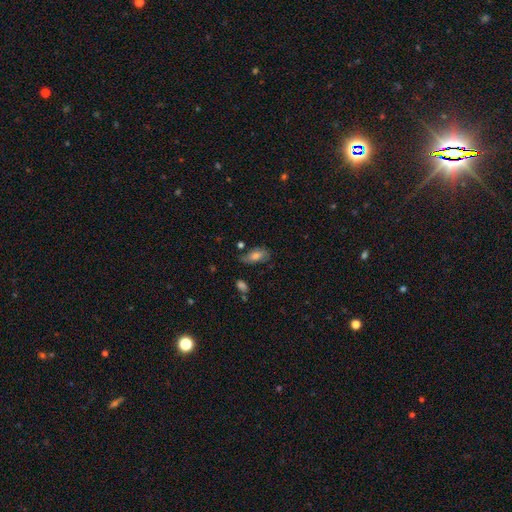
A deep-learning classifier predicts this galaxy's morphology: Smooth or featured?
  - smooth: 67% *
  - featured or disk: 23%
  - star or artifact: 9%
How rounded?
  - in between: 87% *
  - cigar-shaped: 9%
  - round: 4%
Merging?
  - none: 58% *
  - minor disturbance: 28%
  - major disturbance: 9%
  - merger: 4%